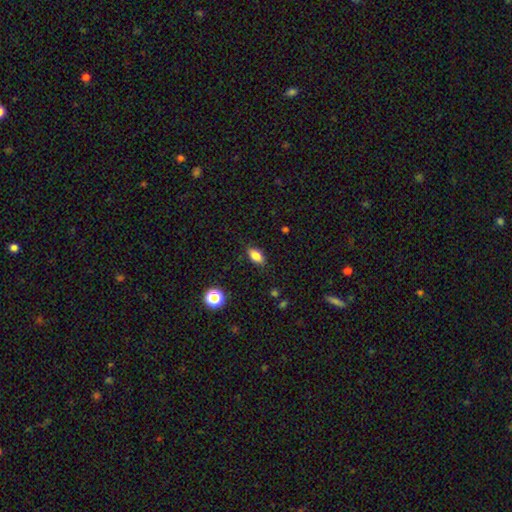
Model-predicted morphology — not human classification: Smooth or featured: smooth — 84% (star or artifact — 9%)
How rounded: in between — 87% (round — 8%)
Merging: none — 84% (minor disturbance — 12%)